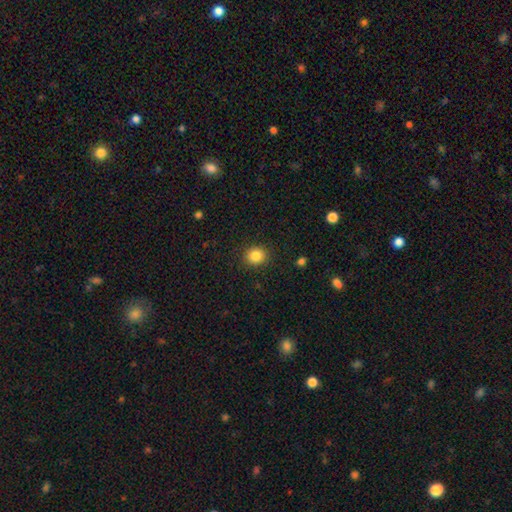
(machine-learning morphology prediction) This is clearly a smooth galaxy (85%). How rounded: likely round (79%). Merging: clearly none (90%).